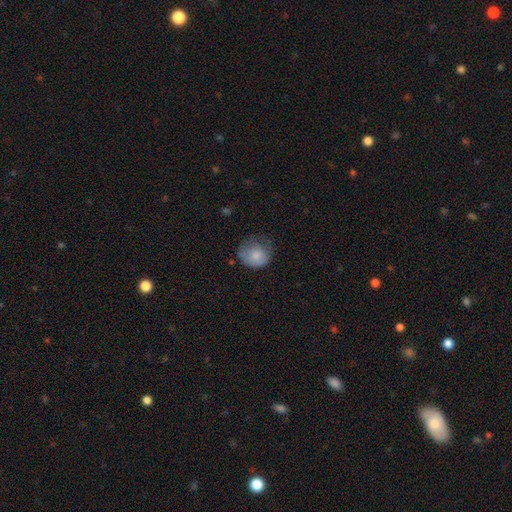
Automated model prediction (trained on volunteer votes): Smooth or featured?
  - smooth: 78% *
  - featured or disk: 14%
  - star or artifact: 8%
How rounded?
  - round: 78% *
  - in between: 21%
  - cigar-shaped: 1%
Merging?
  - none: 47% *
  - minor disturbance: 34%
  - major disturbance: 17%
  - merger: 2%